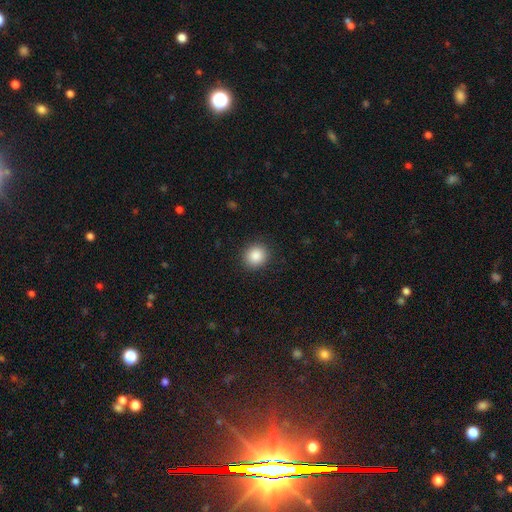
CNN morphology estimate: Q: Smooth or featured?
A: smooth (87%); runner-up: star or artifact (9%)
Q: How rounded?
A: round (87%); runner-up: in between (13%)
Q: Merging?
A: none (90%); runner-up: minor disturbance (6%)